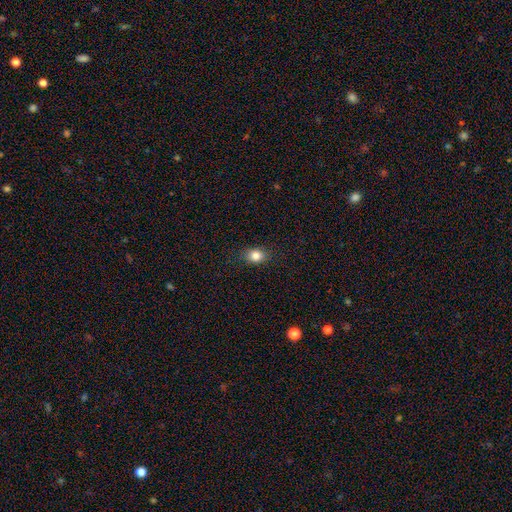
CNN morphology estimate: A smooth galaxy with no disk features (83%) that is in between round and cigar-shaped (53%).

Vote fractions:
- Smooth or featured? smooth: 83% / star or artifact: 10% / featured or disk: 6%
- How rounded? in between: 53% / round: 45% / cigar-shaped: 1%
- Merging? none: 86% / minor disturbance: 11% / major disturbance: 3% / merger: 1%